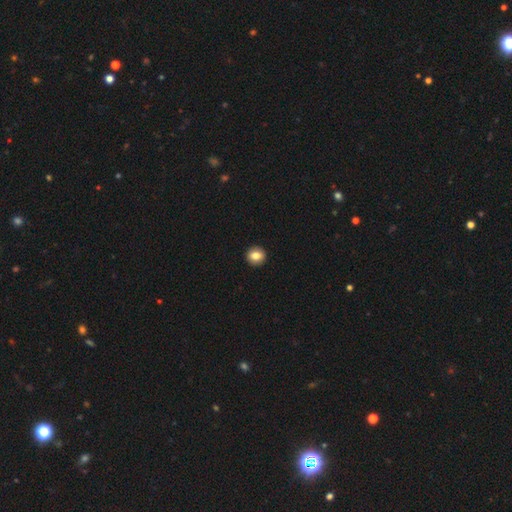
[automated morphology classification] smooth-or-featured: smooth: 81% | featured or disk: 10% | star or artifact: 9%
  how-rounded: round: 87% | in between: 12% | cigar-shaped: 1%
  merging: none: 93% | minor disturbance: 5% | major disturbance: 1% | merger: 1%